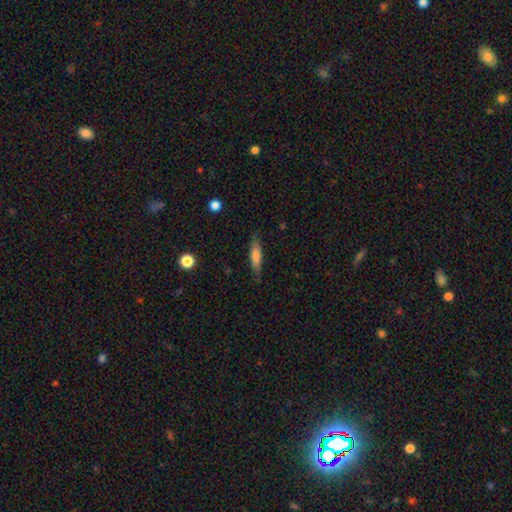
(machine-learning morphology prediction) type=smooth (67%); roundness=cigar-shaped (74%); merging=none (80%).